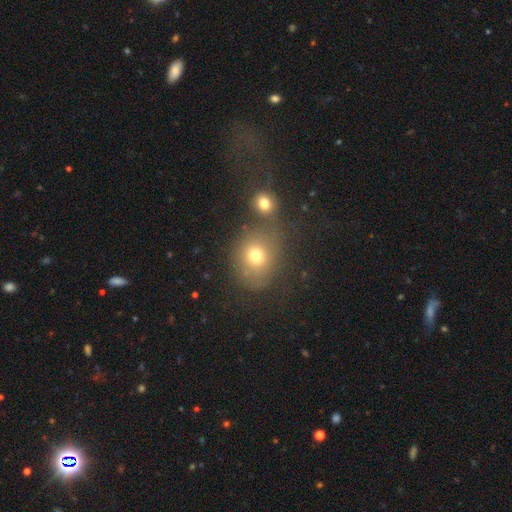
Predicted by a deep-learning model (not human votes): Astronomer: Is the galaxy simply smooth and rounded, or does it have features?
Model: smooth — 71%.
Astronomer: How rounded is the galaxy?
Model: round — 68%.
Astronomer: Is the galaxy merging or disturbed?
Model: none — 55%.